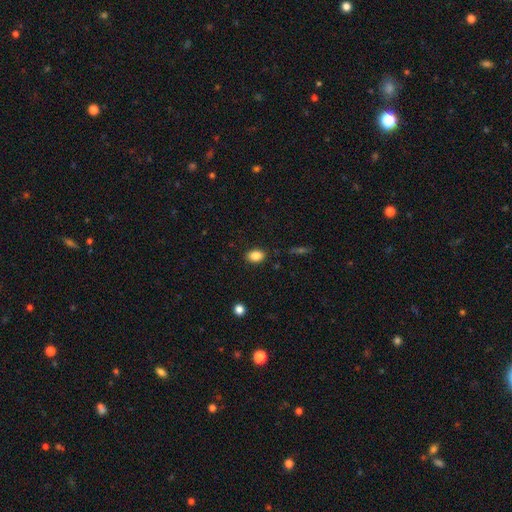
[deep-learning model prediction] Overall: smooth (86%). How rounded: in between (76%). Merging: none (88%).